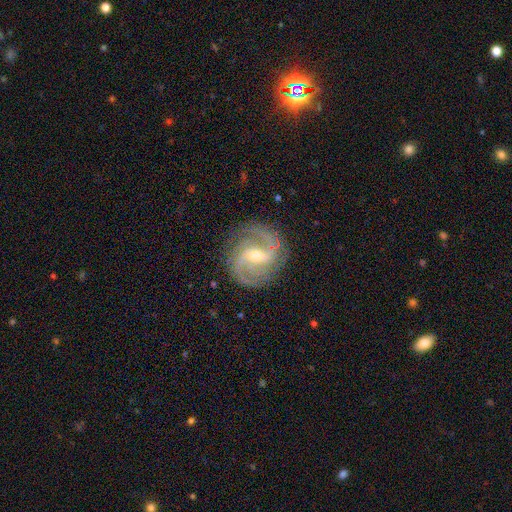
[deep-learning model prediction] Q: Smooth or featured?
A: featured or disk (90%); runner-up: star or artifact (5%)
Q: Edge-on disk?
A: no (97%); runner-up: yes (3%)
Q: Bar?
A: weak (50%); runner-up: strong (29%)
Q: Spiral arms?
A: yes (98%); runner-up: no (2%)
Q: Spiral winding?
A: medium (55%); runner-up: tight (29%)
Q: Spiral arm count?
A: 2 (68%); runner-up: 3 (17%)
Q: Bulge size?
A: small (49%); runner-up: moderate (47%)
Q: Merging?
A: none (81%); runner-up: minor disturbance (13%)